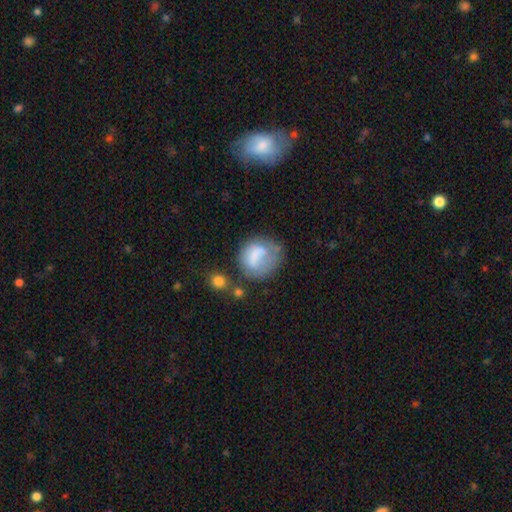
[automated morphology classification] Smooth or featured: smooth — 63% (featured or disk — 28%)
How rounded: round — 75% (in between — 24%)
Merging: none — 41% (major disturbance — 25%)